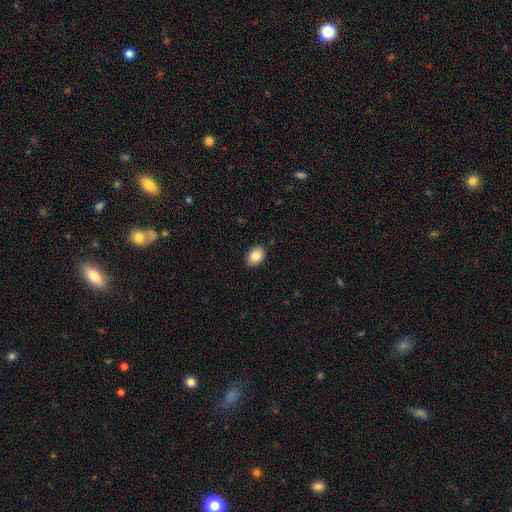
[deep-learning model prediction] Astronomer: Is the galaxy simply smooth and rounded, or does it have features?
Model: smooth — 85%.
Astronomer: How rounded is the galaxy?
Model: in between — 76%.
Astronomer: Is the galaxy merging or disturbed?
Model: none — 88%.